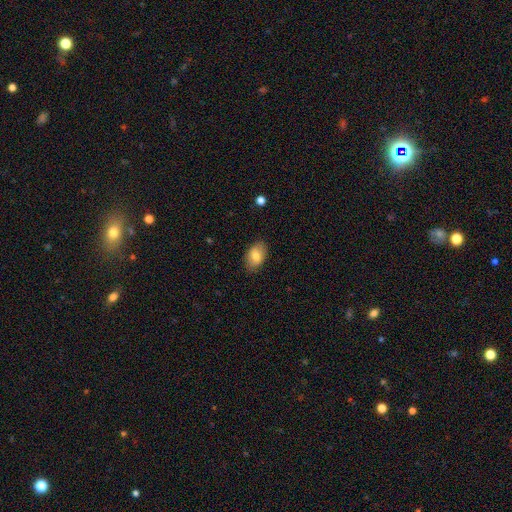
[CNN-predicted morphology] Smooth or featured?
  - smooth: 75% *
  - featured or disk: 18%
  - star or artifact: 7%
How rounded?
  - in between: 91% *
  - round: 8%
  - cigar-shaped: 2%
Merging?
  - none: 86% *
  - minor disturbance: 11%
  - major disturbance: 2%
  - merger: 1%